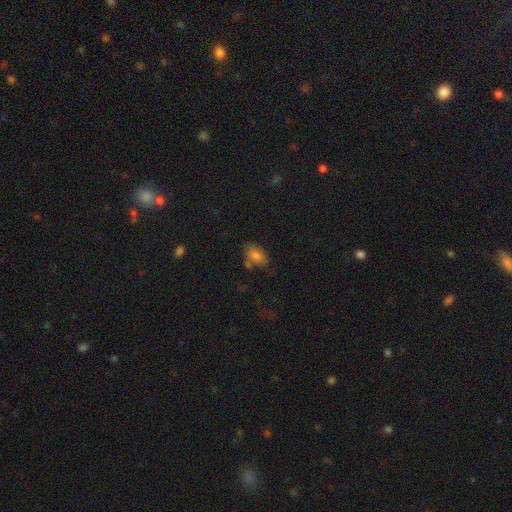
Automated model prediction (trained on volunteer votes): This appears to be a smooth galaxy with no disk features (78%) that is in between round and cigar-shaped (86%). Merging: none (61%).